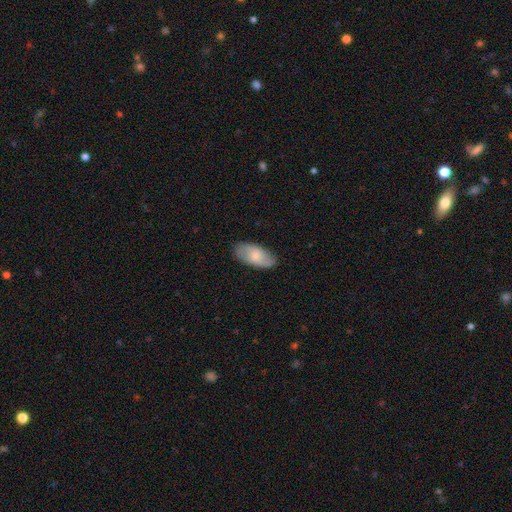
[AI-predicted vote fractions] Smooth or featured?
  - smooth: 69% *
  - featured or disk: 26%
  - star or artifact: 6%
How rounded?
  - in between: 93% *
  - cigar-shaped: 5%
  - round: 2%
Merging?
  - none: 82% *
  - minor disturbance: 14%
  - major disturbance: 3%
  - merger: 1%